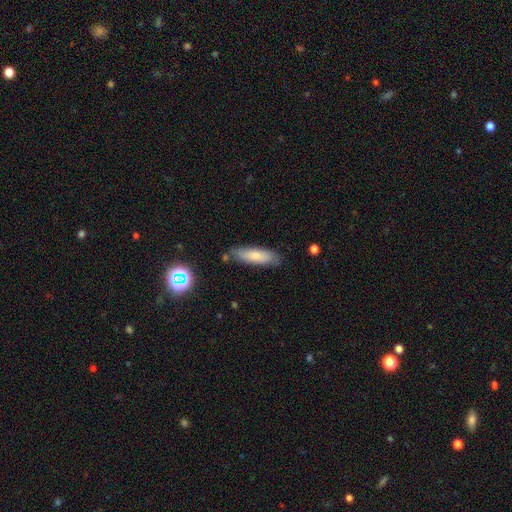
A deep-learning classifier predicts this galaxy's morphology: The model was most divided on "how rounded": cigar-shaped: 59%, in between: 39%, round: 2%. More confident: merging — none (78%); smooth or featured — smooth (76%).